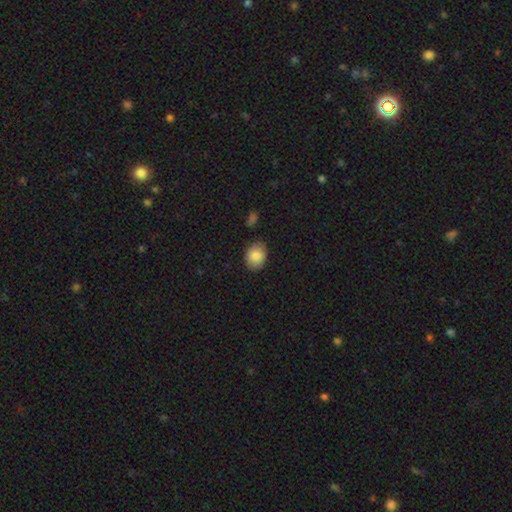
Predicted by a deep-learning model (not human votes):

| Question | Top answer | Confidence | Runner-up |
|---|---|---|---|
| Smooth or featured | smooth | 86% | featured or disk (7%) |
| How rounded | in between | 71% | round (28%) |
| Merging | none | 83% | minor disturbance (13%) |